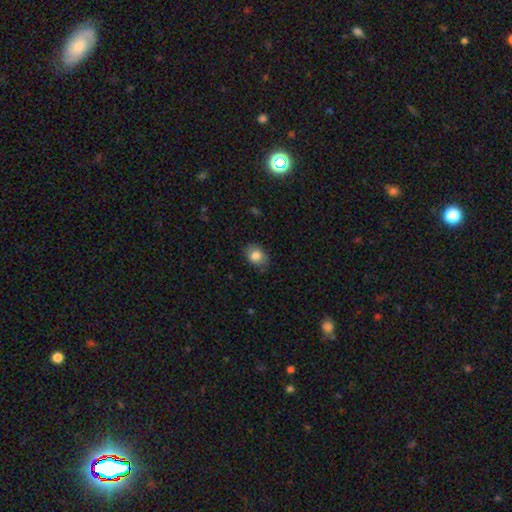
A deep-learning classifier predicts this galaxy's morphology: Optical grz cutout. It shows a smooth galaxy with no disk features (82%) that is in between round and cigar-shaped (63%). Merging: none (79%).